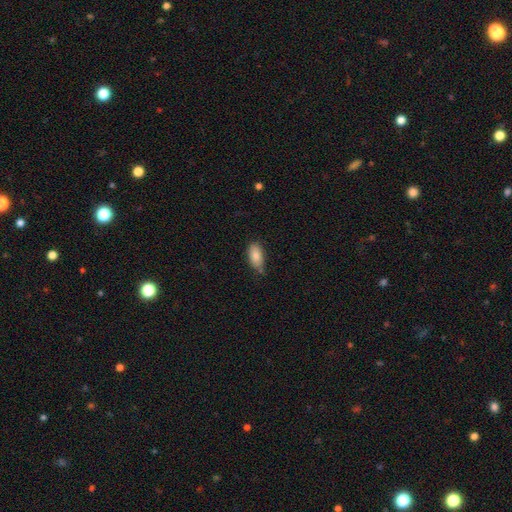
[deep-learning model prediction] Smooth or featured: smooth — 84% (featured or disk — 9%)
How rounded: in between — 92% (cigar-shaped — 5%)
Merging: none — 69% (minor disturbance — 23%)